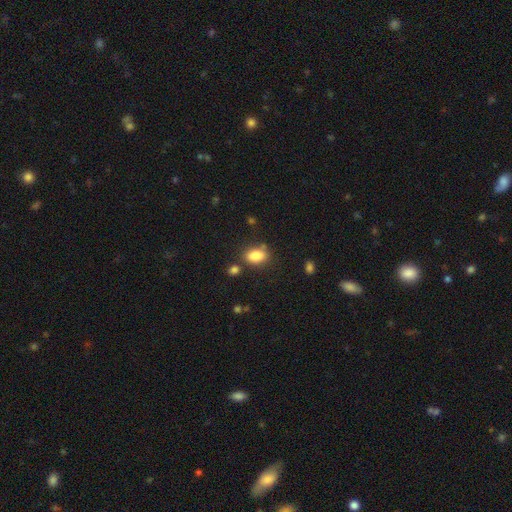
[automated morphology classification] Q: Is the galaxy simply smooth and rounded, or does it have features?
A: smooth — 86%.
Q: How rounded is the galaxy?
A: in between — 87%.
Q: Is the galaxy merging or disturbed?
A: none — 73%.